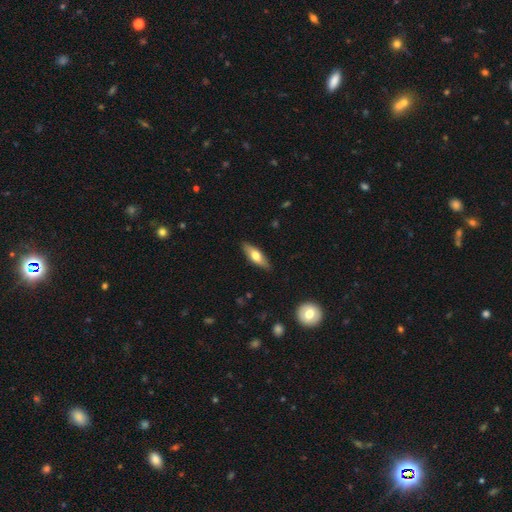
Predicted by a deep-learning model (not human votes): This appears to be a smooth galaxy with no disk features (60%) that is in between round and cigar-shaped (54%). Merging: none (87%).